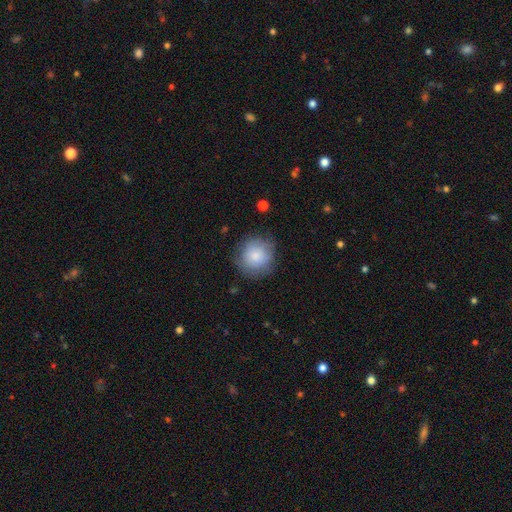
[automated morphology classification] The model was most divided on "merging": none: 77%, minor disturbance: 17%, major disturbance: 5%, merger: 1%. More confident: how rounded — round (91%); smooth or featured — smooth (81%).